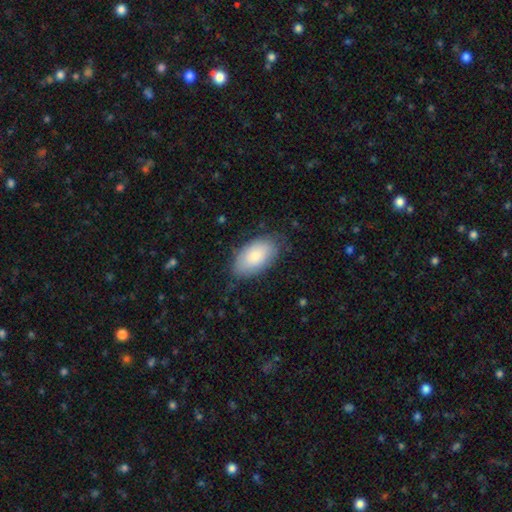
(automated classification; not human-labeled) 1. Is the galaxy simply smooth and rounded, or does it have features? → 81% smooth, 13% featured or disk, 6% star or artifact.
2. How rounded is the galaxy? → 95% in between, 4% round, 2% cigar-shaped.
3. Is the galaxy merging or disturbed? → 74% none, 20% minor disturbance, 5% major disturbance, 1% merger.